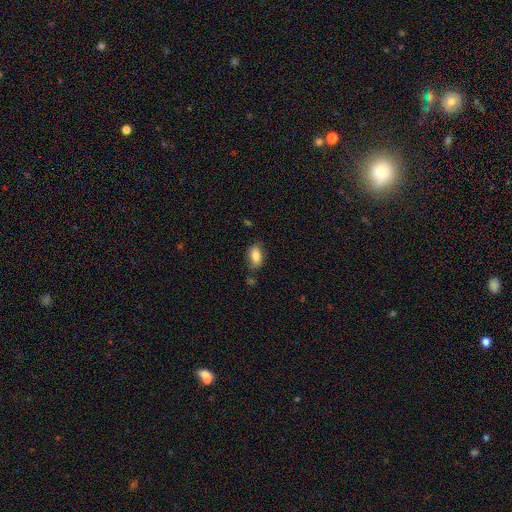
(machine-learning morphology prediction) type=smooth (82%); roundness=in between (90%); merging=none (70%).